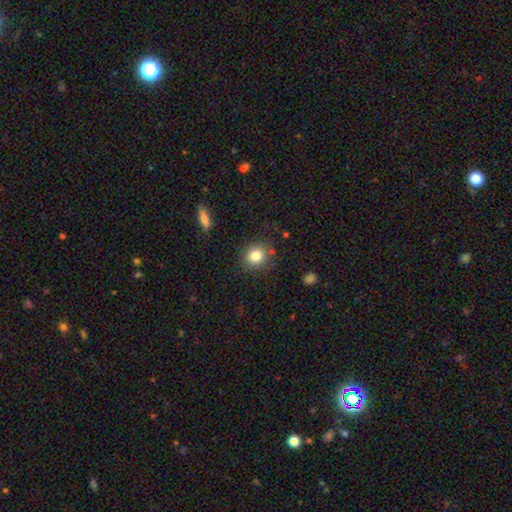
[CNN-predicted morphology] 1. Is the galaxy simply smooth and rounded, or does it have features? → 82% smooth, 10% star or artifact, 7% featured or disk.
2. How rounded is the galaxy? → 79% round, 20% in between, 1% cigar-shaped.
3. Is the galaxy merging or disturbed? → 82% none, 12% minor disturbance, 4% major disturbance, 3% merger.